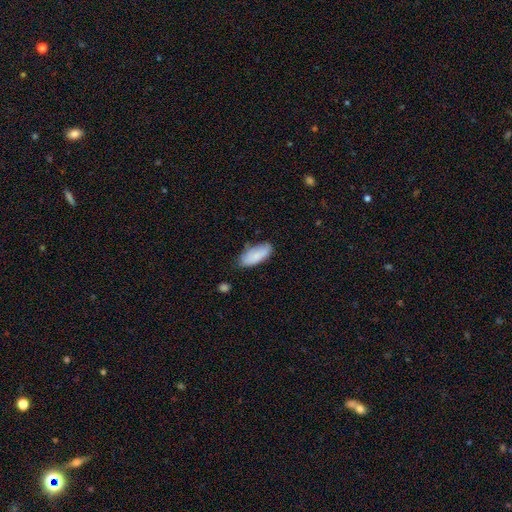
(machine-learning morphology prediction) Overall: smooth (82%). How rounded: in between (85%). Merging: none (67%).